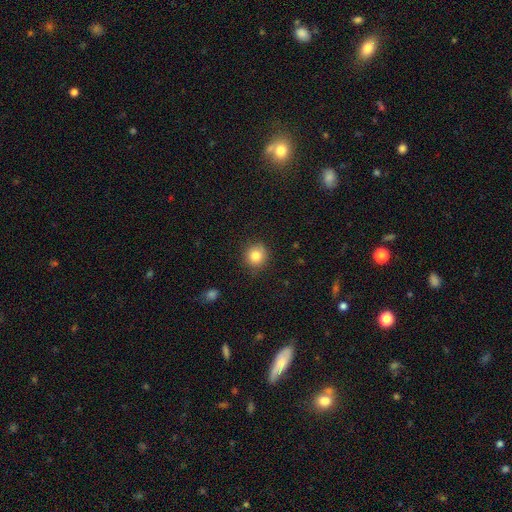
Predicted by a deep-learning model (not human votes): A smooth galaxy with no disk features (83%) that is round (87%). Merging: none (83%).